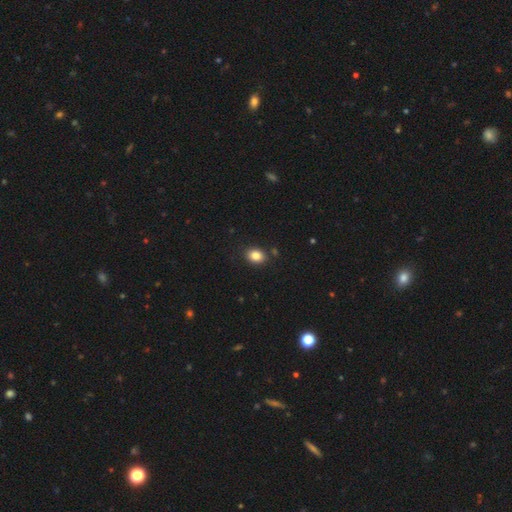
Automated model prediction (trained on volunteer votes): Q: Smooth or featured?
A: smooth (85%); runner-up: star or artifact (9%)
Q: How rounded?
A: in between (65%); runner-up: round (34%)
Q: Merging?
A: none (86%); runner-up: minor disturbance (9%)